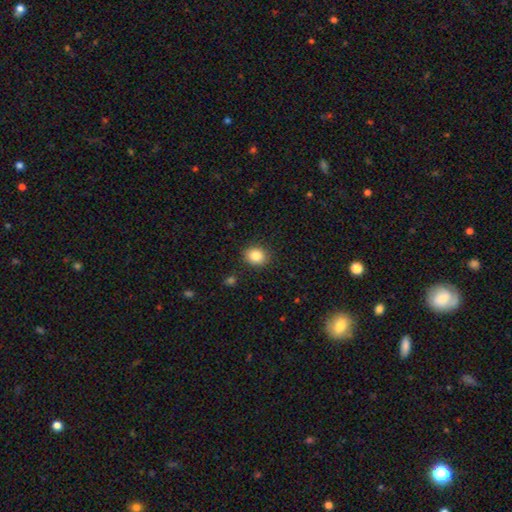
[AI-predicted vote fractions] Morphology: type=smooth (85%); roundness=round (63%); merging=none (88%).